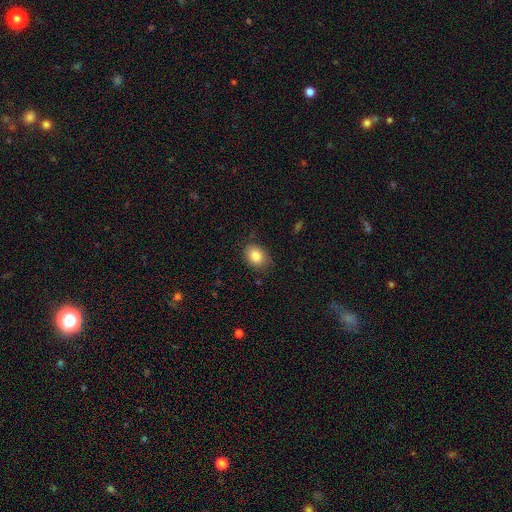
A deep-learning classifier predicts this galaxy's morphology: The model was most divided on "how rounded": in between: 56%, round: 44%, cigar-shaped: 1%. More confident: smooth or featured — smooth (83%); merging — none (81%).